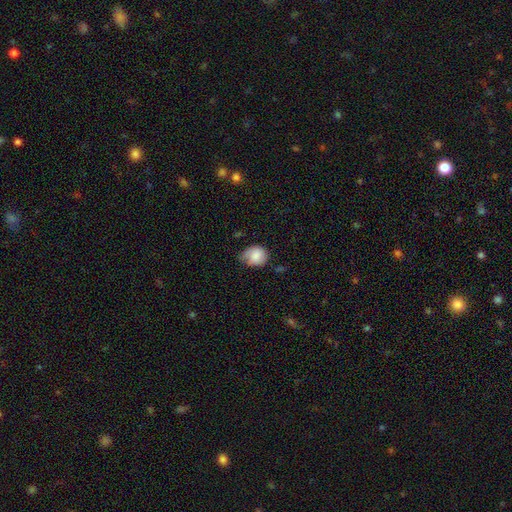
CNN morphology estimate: Smooth or featured? smooth (80%)
How rounded? round (59%)
Merging? minor disturbance (43%)